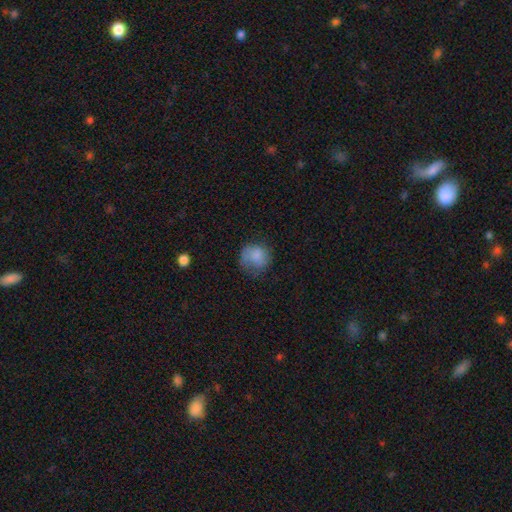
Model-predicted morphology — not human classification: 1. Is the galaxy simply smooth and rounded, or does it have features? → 77% smooth, 14% featured or disk, 9% star or artifact.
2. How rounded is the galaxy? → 82% round, 17% in between, 1% cigar-shaped.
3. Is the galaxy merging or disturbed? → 58% none, 26% minor disturbance, 14% major disturbance, 2% merger.